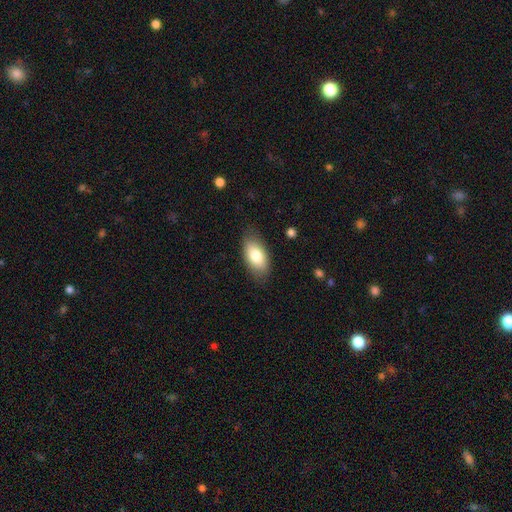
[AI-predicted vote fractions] This is likely a smooth galaxy (80%). How rounded: clearly in between (93%). Merging: clearly none (81%).